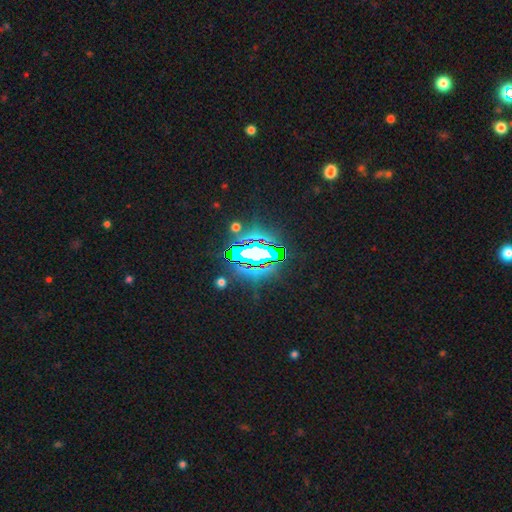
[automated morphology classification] A star or artifact, not a galaxy (71%).

Vote fractions:
- Smooth or featured? star or artifact: 71% / featured or disk: 16% / smooth: 13%